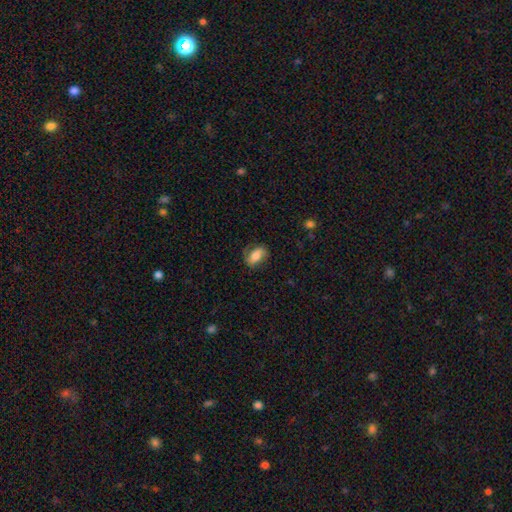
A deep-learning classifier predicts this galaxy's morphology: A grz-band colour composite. It shows a smooth galaxy with no disk features (58%) that is in between round and cigar-shaped (85%). Merging: none (70%).